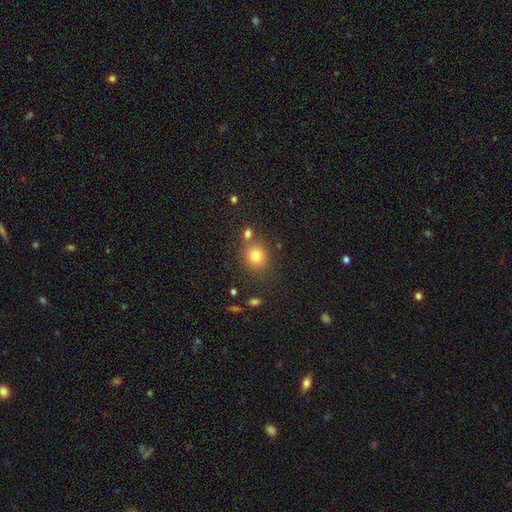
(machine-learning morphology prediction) The model was most divided on "merging": none: 71%, merger: 15%, minor disturbance: 11%, major disturbance: 4%. More confident: how rounded — round (81%); smooth or featured — smooth (80%).